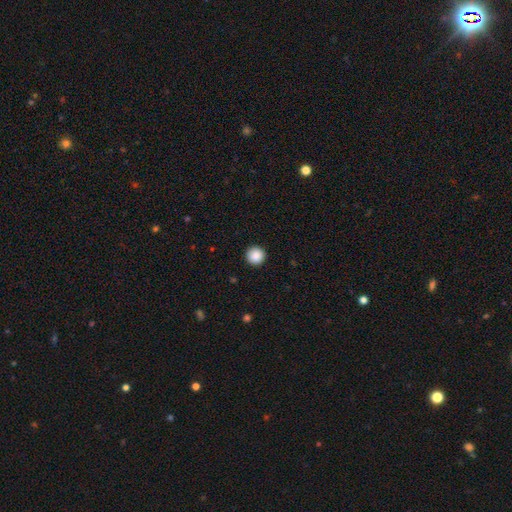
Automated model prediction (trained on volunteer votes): A smooth galaxy with no disk features (89%) that is round (96%). Merging: none (93%).